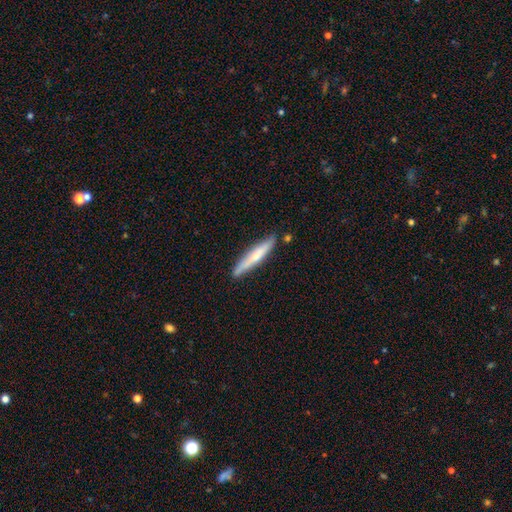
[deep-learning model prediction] Smooth or featured: smooth — 55% (featured or disk — 39%)
How rounded: cigar-shaped — 92% (in between — 7%)
Merging: none — 85% (minor disturbance — 11%)